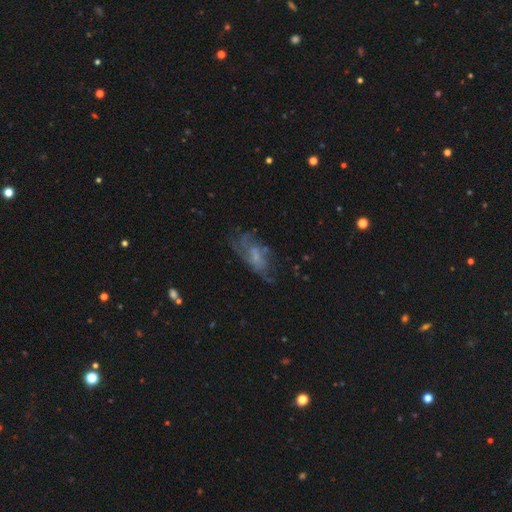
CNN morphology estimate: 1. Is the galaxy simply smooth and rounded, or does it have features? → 58% featured or disk, 30% smooth, 11% star or artifact.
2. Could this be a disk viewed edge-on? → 92% no, 8% yes.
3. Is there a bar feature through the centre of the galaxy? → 66% no, 29% weak, 5% strong.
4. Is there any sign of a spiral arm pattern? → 54% yes, 46% no.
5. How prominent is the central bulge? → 39% small, 37% none, 20% moderate, 3% large, 1% dominant.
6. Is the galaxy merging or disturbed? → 50% none, 23% major disturbance, 23% minor disturbance, 4% merger.